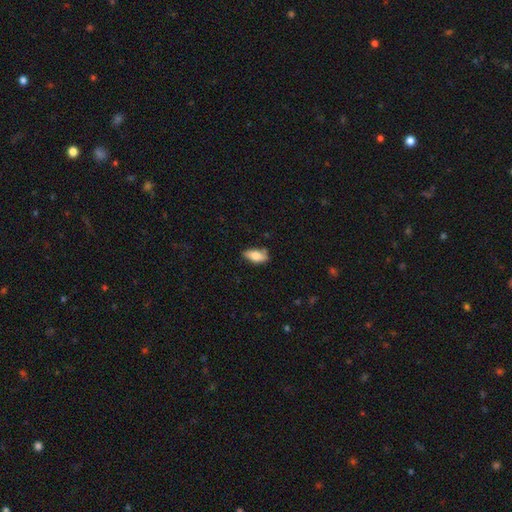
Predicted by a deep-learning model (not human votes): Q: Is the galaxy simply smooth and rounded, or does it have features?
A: smooth — 78%.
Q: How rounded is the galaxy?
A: in between — 88%.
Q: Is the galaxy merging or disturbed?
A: none — 69%.